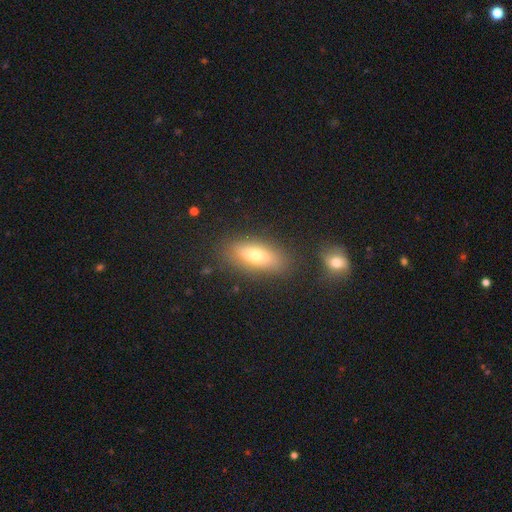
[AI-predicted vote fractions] Overall: smooth (65%; featured or disk 26%). How rounded: in between (74%). Merging: none (81%).